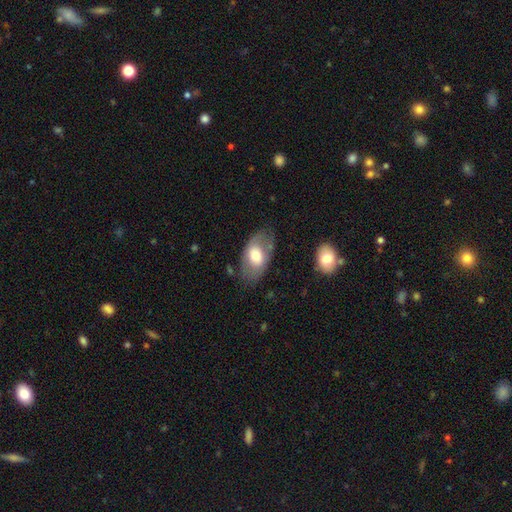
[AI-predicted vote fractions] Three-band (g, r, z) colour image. It shows a smooth galaxy with no disk features (63%) that is in between round and cigar-shaped (92%). Merging: none (68%).